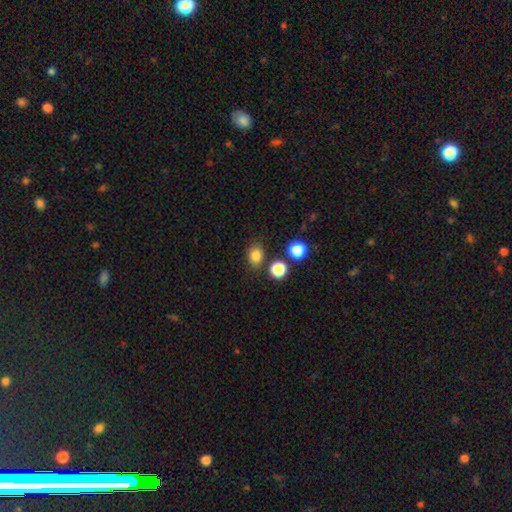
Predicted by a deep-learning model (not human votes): Q: Smooth or featured?
A: smooth (82%); runner-up: star or artifact (13%)
Q: How rounded?
A: round (58%); runner-up: in between (41%)
Q: Merging?
A: none (80%); runner-up: minor disturbance (11%)